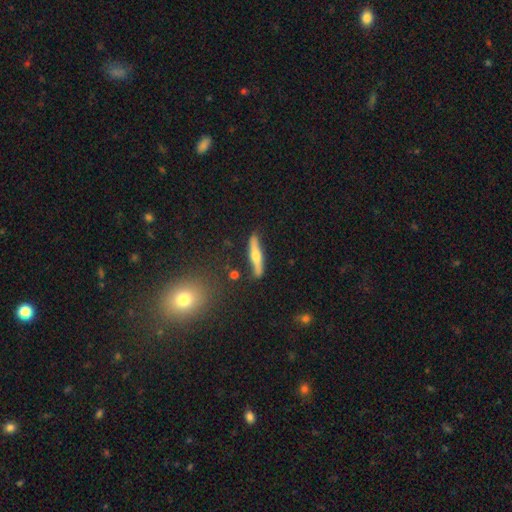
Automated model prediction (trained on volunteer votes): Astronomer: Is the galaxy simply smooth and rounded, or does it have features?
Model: featured or disk — 55% (runner-up: smooth, 39%).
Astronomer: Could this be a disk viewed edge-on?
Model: yes — 91%.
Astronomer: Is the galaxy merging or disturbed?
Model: none — 83%.